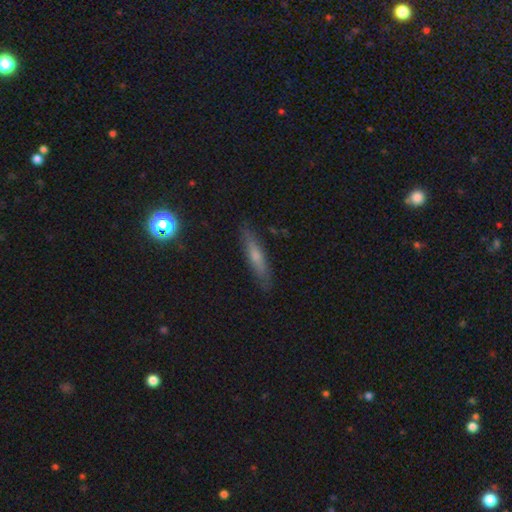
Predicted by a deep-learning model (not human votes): This appears to be a smooth galaxy with no disk features (52%) that is cigar-shaped (86%). Merging: none (86%).